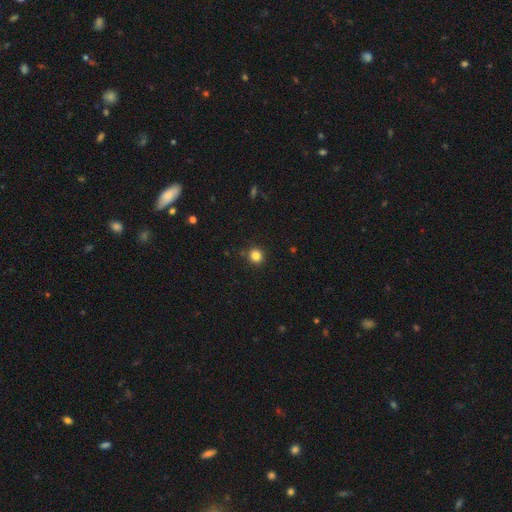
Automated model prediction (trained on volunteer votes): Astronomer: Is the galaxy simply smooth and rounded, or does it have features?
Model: smooth — 84%.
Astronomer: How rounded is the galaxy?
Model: round — 90%.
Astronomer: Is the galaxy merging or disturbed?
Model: none — 89%.